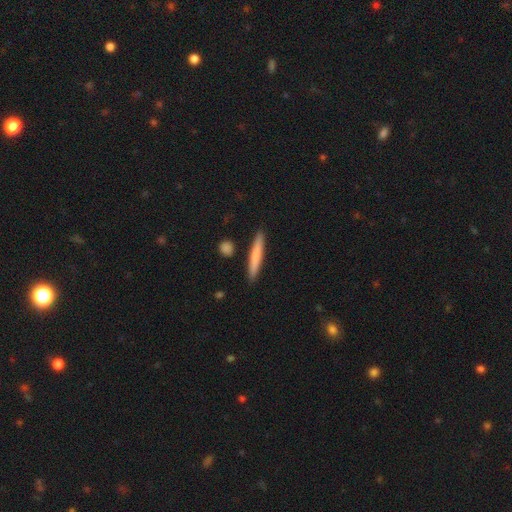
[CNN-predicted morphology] smooth_or_featured: smooth (p=0.72) [alt: featured or disk p=0.23]
how_rounded: cigar-shaped (p=0.95) [alt: in between p=0.04]
merging: none (p=0.90) [alt: minor disturbance p=0.07]